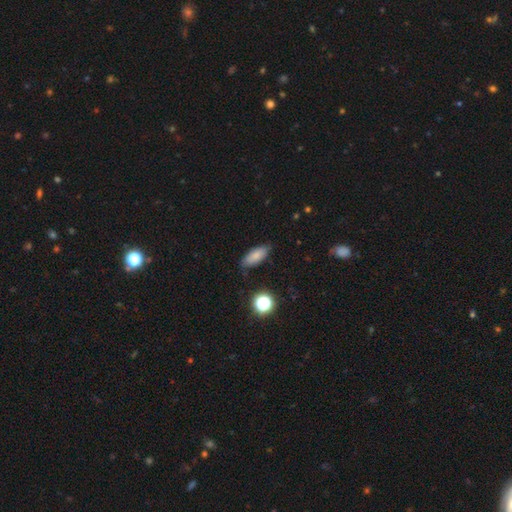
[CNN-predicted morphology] smooth_or_featured: smooth (p=0.81) [alt: featured or disk p=0.10]
how_rounded: in between (p=0.78) [alt: cigar-shaped p=0.18]
merging: none (p=0.83) [alt: minor disturbance p=0.13]